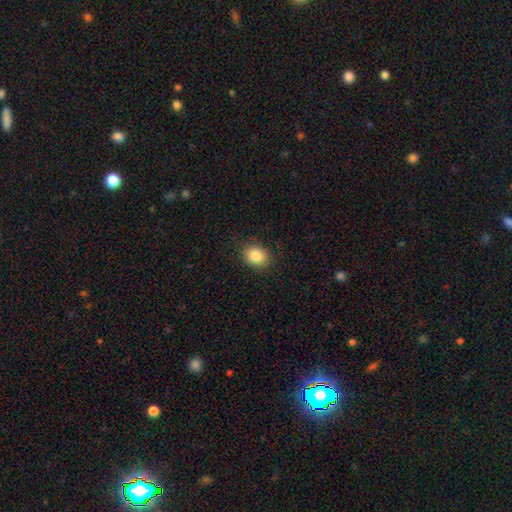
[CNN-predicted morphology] type=smooth (84%); roundness=in between (52%); merging=none (88%).